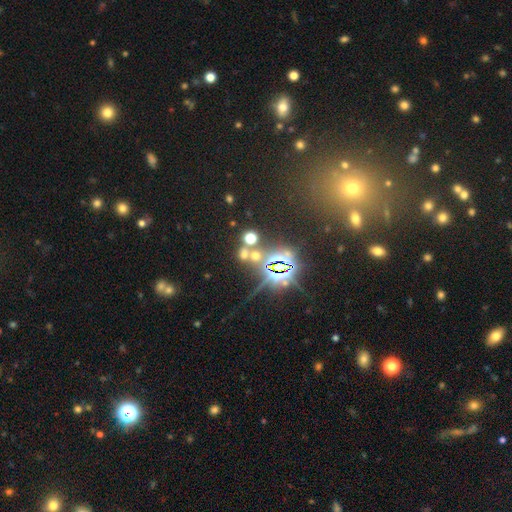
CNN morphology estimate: Overall: star or artifact (60%; smooth 29%).